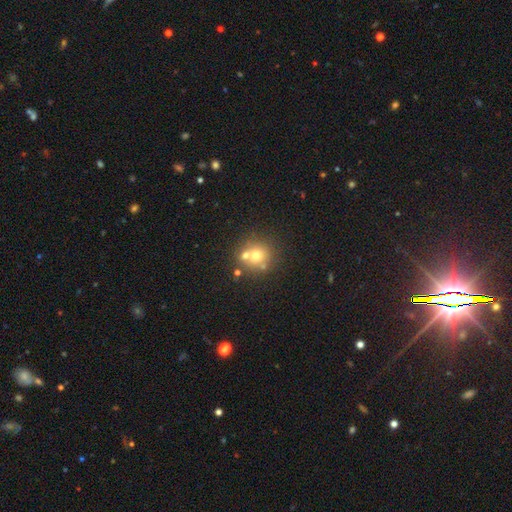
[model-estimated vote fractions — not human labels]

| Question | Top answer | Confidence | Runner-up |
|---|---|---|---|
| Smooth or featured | smooth | 64% | featured or disk (20%) |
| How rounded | round | 88% | in between (11%) |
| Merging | none | 56% | merger (32%) |